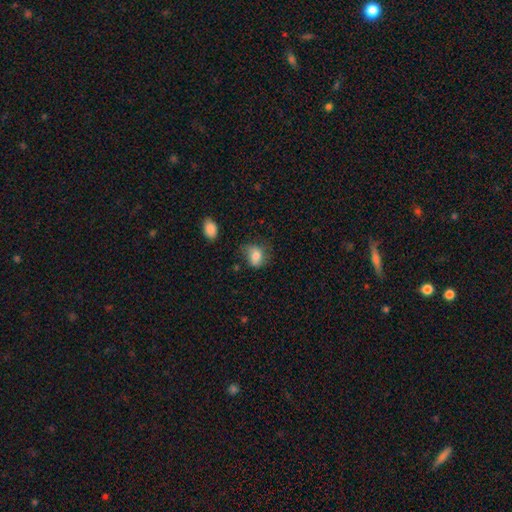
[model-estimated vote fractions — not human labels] Smooth or featured: smooth — 75% (featured or disk — 16%)
How rounded: in between — 61% (round — 38%)
Merging: none — 49% (minor disturbance — 32%)